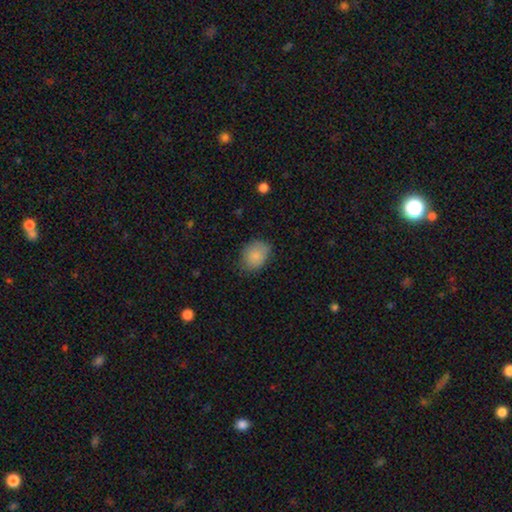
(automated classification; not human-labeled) Smooth or featured? Predicted: smooth (p=0.85). How rounded? Predicted: in between (p=0.60). Merging? Predicted: none (p=0.68).